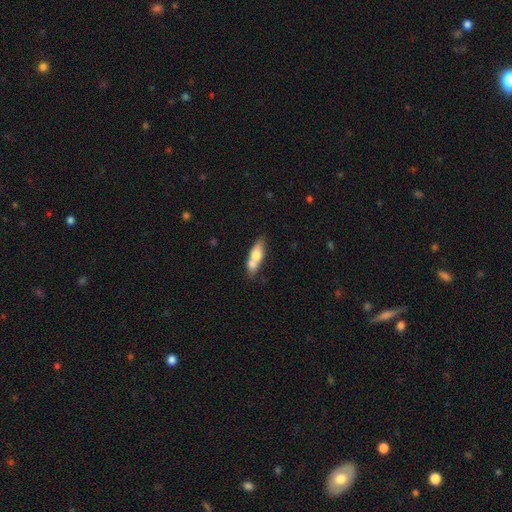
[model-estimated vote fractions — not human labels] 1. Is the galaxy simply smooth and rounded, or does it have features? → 63% smooth, 31% featured or disk, 7% star or artifact.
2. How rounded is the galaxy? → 56% in between, 39% cigar-shaped, 5% round.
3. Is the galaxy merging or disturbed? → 43% merger, 39% none, 13% minor disturbance, 5% major disturbance.